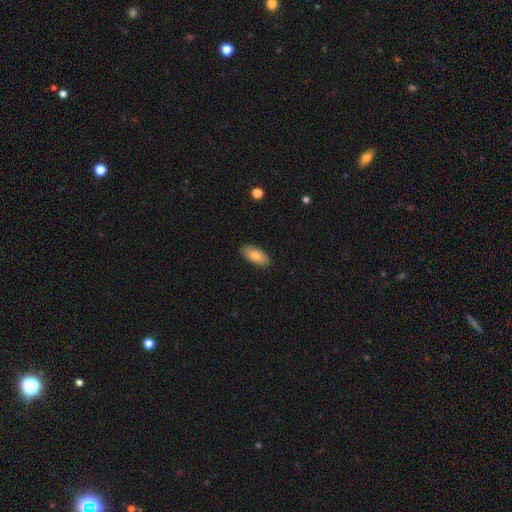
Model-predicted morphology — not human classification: Overall: smooth (79%). How rounded: in between (88%). Merging: none (87%).